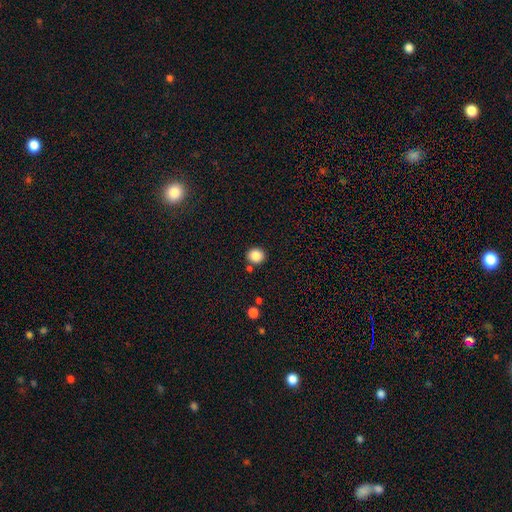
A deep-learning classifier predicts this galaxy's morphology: Smooth or featured? smooth (86%)
How rounded? round (86%)
Merging? none (84%)